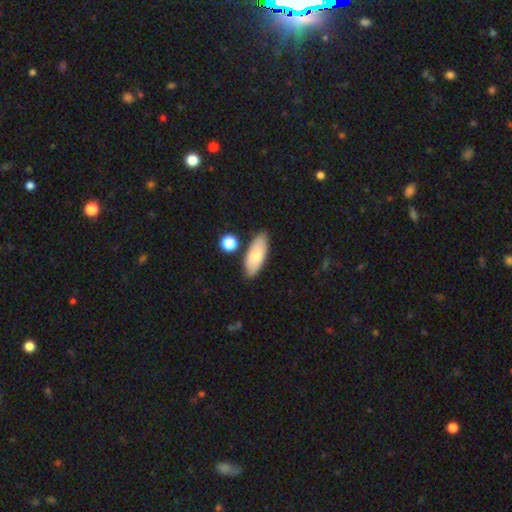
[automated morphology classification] type=smooth (76%); roundness=in between (79%); merging=none (77%).